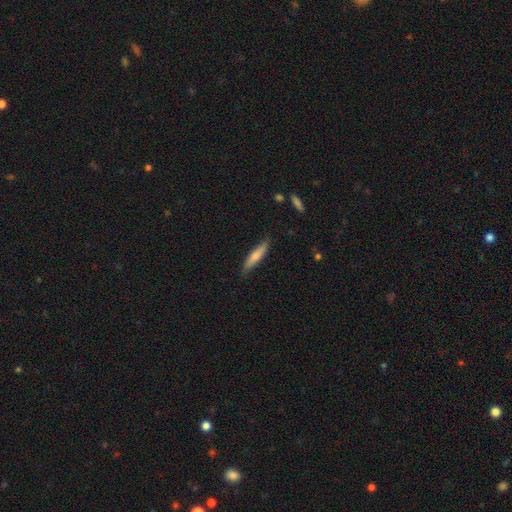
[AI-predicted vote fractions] smooth_or_featured: smooth (p=0.68) [alt: featured or disk p=0.26]
how_rounded: cigar-shaped (p=0.85) [alt: in between p=0.13]
merging: none (p=0.84) [alt: minor disturbance p=0.13]